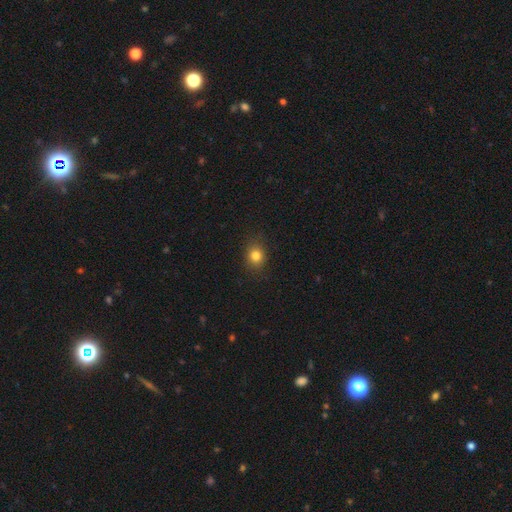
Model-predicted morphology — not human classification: type=smooth (82%); roundness=round (62%); merging=none (86%).